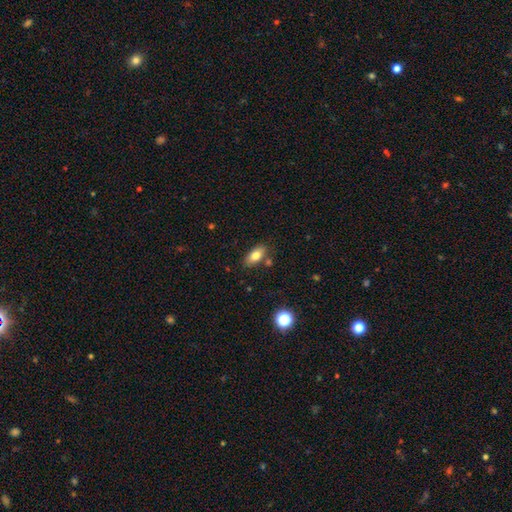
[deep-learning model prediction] Smooth or featured? Predicted: smooth (p=0.77). How rounded? Predicted: in between (p=0.87). Merging? Predicted: none (p=0.79).